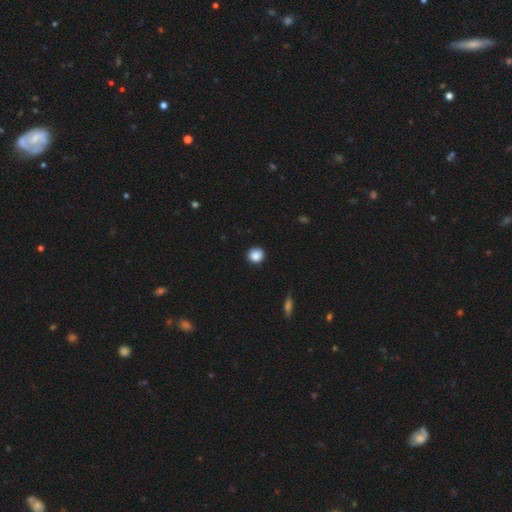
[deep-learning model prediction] Smooth or featured?
  - smooth: 88% *
  - star or artifact: 9%
  - featured or disk: 3%
How rounded?
  - round: 88% *
  - in between: 11%
  - cigar-shaped: 1%
Merging?
  - none: 88% *
  - minor disturbance: 9%
  - major disturbance: 2%
  - merger: 1%